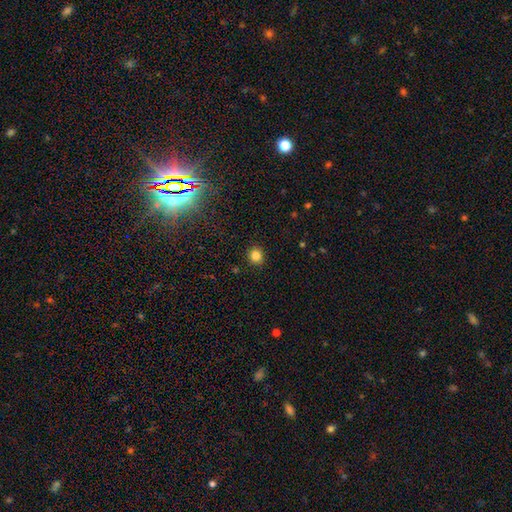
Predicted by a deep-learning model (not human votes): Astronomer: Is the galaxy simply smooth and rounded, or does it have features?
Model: smooth — 83%.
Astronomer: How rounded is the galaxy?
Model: round — 84%.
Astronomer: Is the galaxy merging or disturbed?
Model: none — 91%.